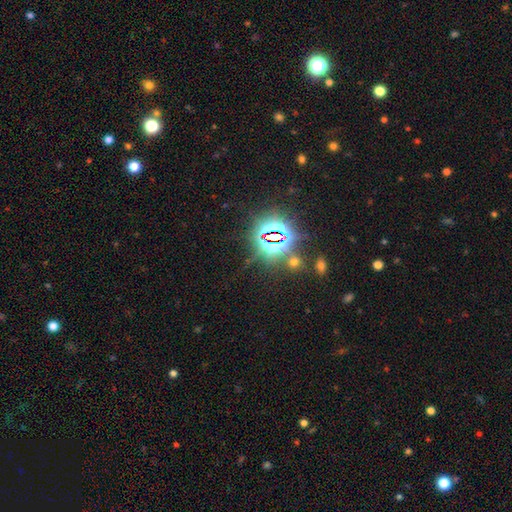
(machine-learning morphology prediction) Overall: star or artifact (80%).